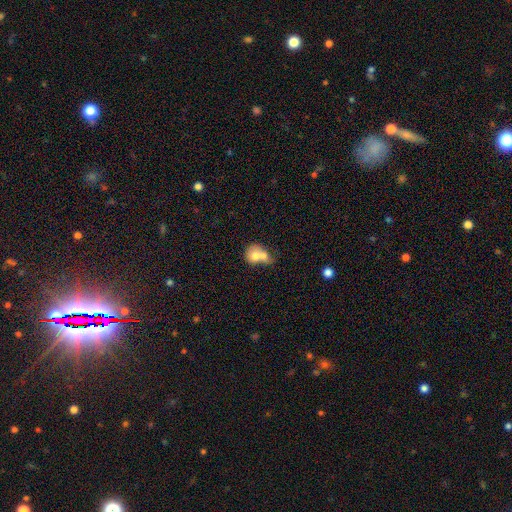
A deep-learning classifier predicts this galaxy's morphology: A smooth galaxy with no disk features (69%) that is round (65%). Merging: merger (70%).